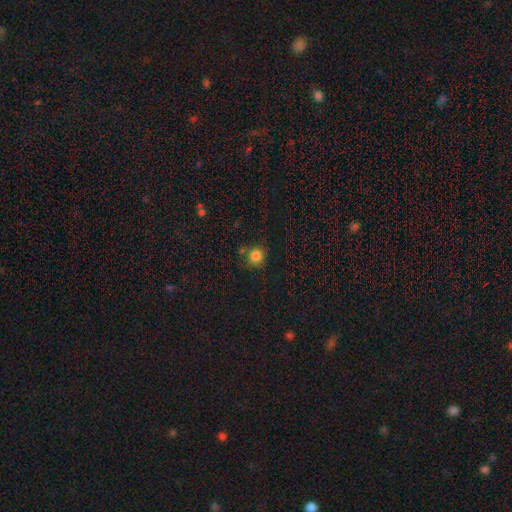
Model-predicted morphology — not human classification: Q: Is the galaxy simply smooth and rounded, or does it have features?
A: smooth — 82%.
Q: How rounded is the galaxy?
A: round — 89%.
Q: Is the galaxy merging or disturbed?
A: none — 77%.